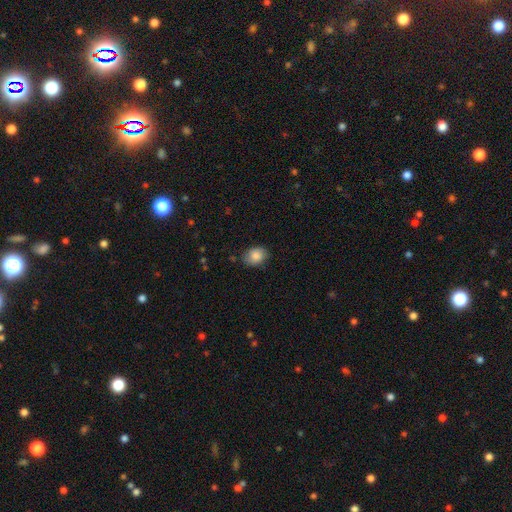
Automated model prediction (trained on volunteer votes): Smooth or featured: smooth — 86% (star or artifact — 7%)
How rounded: in between — 64% (round — 35%)
Merging: none — 80% (minor disturbance — 16%)